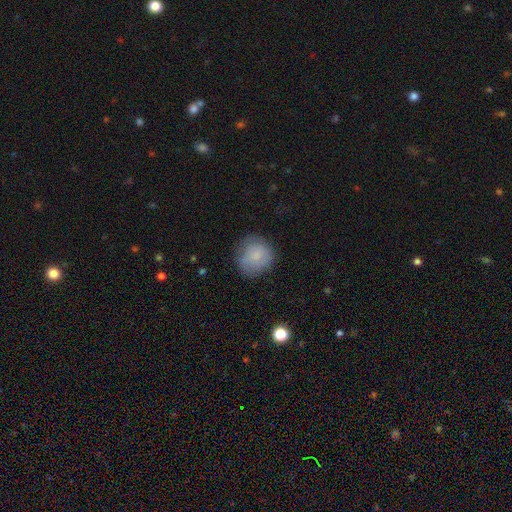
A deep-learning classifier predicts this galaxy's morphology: smooth 78%, featured or disk 15%, star or artifact 8%. Down the decision tree: how rounded — round (84%); merging — none (66%).